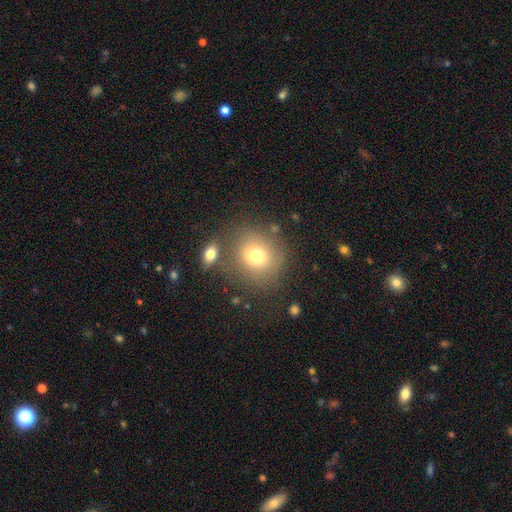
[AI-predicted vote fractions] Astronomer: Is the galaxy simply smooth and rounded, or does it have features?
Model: smooth — 74%.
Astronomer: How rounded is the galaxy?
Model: round — 82%.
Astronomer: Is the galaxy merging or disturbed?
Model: none — 71%.